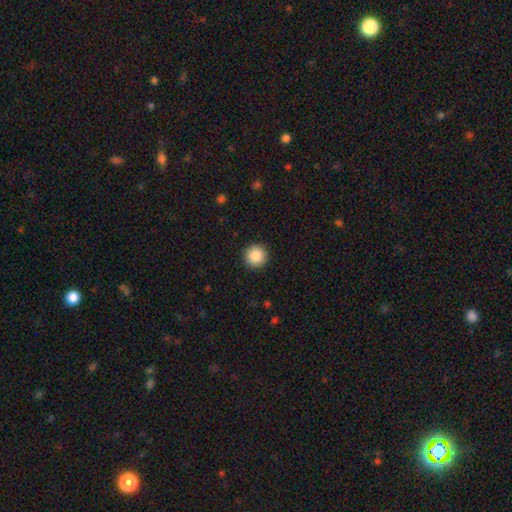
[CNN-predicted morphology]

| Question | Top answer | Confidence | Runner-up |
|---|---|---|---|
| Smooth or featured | smooth | 87% | star or artifact (9%) |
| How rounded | round | 95% | in between (4%) |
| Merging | none | 92% | minor disturbance (5%) |